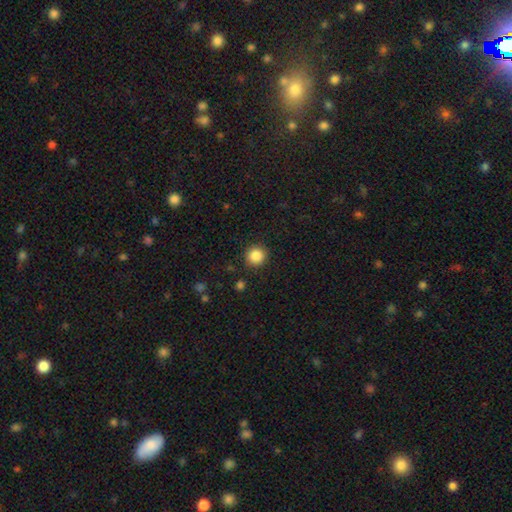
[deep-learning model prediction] Morphology: type=smooth (86%); roundness=round (93%); merging=none (90%).